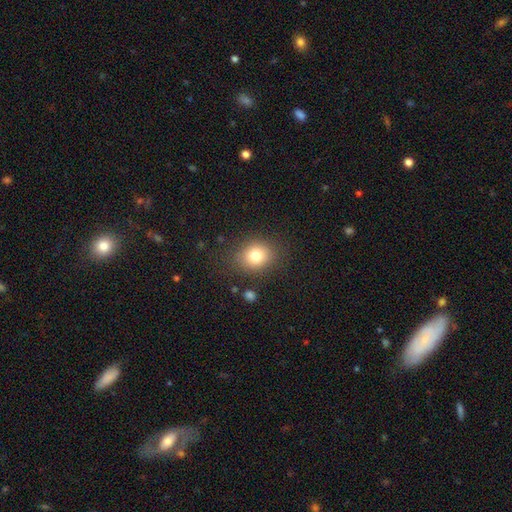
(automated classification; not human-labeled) smooth_or_featured: smooth (p=0.79) [alt: star or artifact p=0.11]
how_rounded: round (p=0.63) [alt: in between p=0.36]
merging: none (p=0.82) [alt: minor disturbance p=0.11]